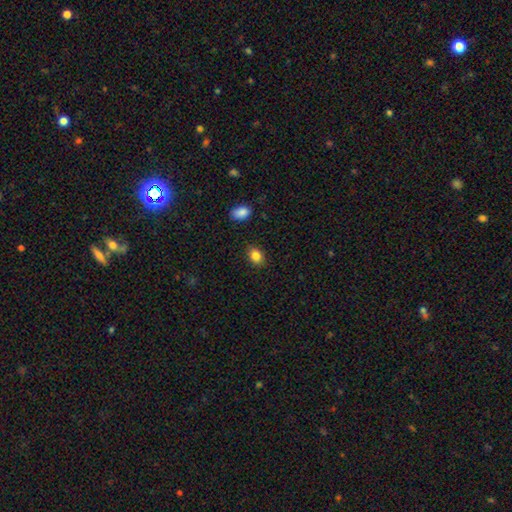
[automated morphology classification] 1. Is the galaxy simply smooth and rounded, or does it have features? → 84% smooth, 10% star or artifact, 6% featured or disk.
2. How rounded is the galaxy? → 66% in between, 32% round, 1% cigar-shaped.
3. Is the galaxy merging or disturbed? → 85% none, 11% minor disturbance, 2% major disturbance, 2% merger.